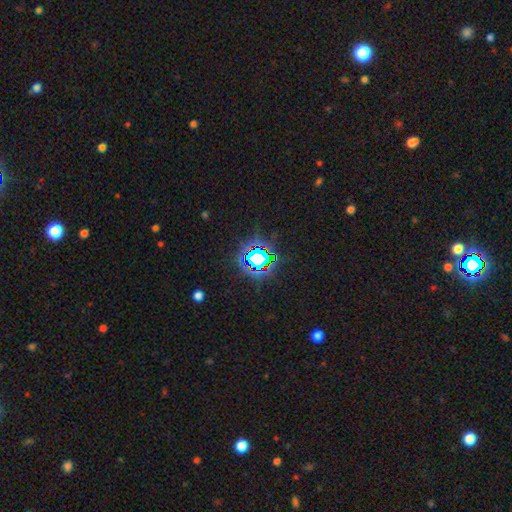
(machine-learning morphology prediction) This is clearly a star or artifact rather than a galaxy (83%).